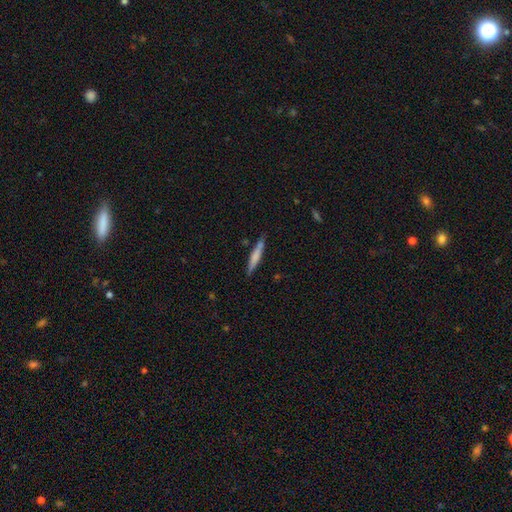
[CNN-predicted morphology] Overall: smooth (61%; featured or disk 34%). How rounded: cigar-shaped (94%). Merging: none (84%).